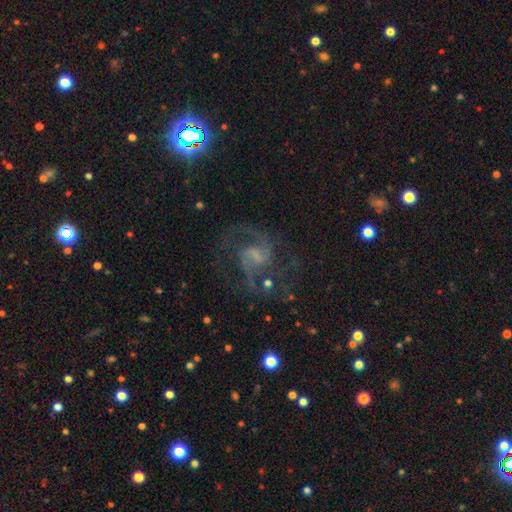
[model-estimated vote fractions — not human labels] Smooth or featured?
  - featured or disk: 88% *
  - star or artifact: 7%
  - smooth: 5%
Edge-on disk?
  - no: 98% *
  - yes: 2%
Bar?
  - weak: 57% *
  - no: 24%
  - strong: 19%
Spiral arms?
  - yes: 97% *
  - no: 3%
Spiral winding?
  - medium: 61% *
  - loose: 24%
  - tight: 15%
Spiral arm count?
  - 2: 82% *
  - 3: 6%
  - can't tell: 5%
  - 1: 2%
  - 4: 2%
  - more than 4: 2%
Bulge size?
  - small: 39% *
  - none: 36%
  - moderate: 20%
  - large: 3%
  - dominant: 1%
Merging?
  - none: 67% *
  - minor disturbance: 16%
  - major disturbance: 14%
  - merger: 3%